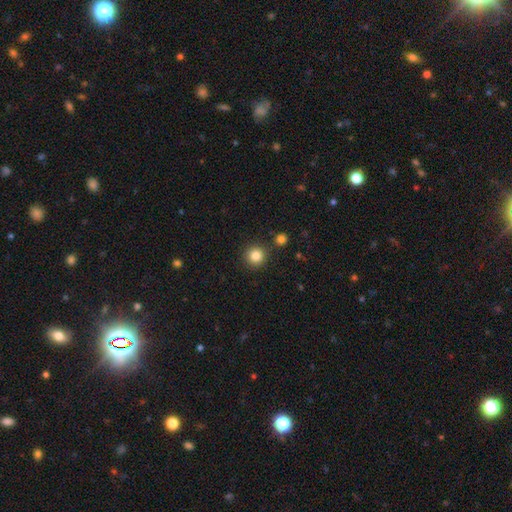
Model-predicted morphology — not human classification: A smooth galaxy with no disk features (84%) that is round (94%). Merging: none (87%).